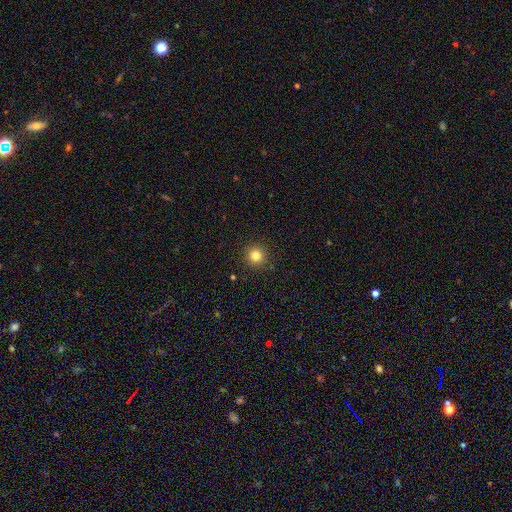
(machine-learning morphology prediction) The model was most divided on "smooth or featured": smooth: 82%, star or artifact: 13%, featured or disk: 6%. More confident: how rounded — round (95%); merging — none (92%).